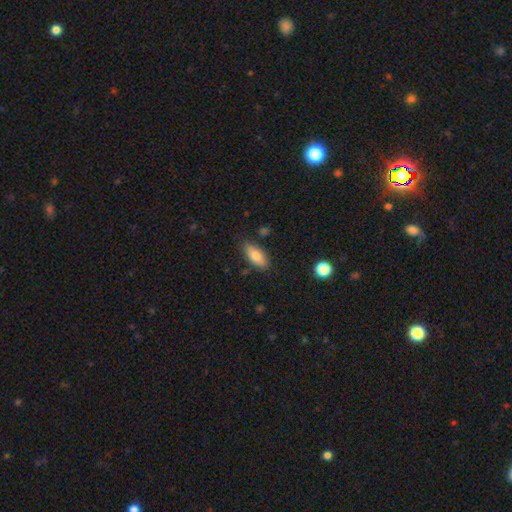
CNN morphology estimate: Smooth or featured?
  - smooth: 78% *
  - featured or disk: 15%
  - star or artifact: 7%
How rounded?
  - in between: 83% *
  - cigar-shaped: 14%
  - round: 3%
Merging?
  - none: 81% *
  - minor disturbance: 14%
  - major disturbance: 3%
  - merger: 2%